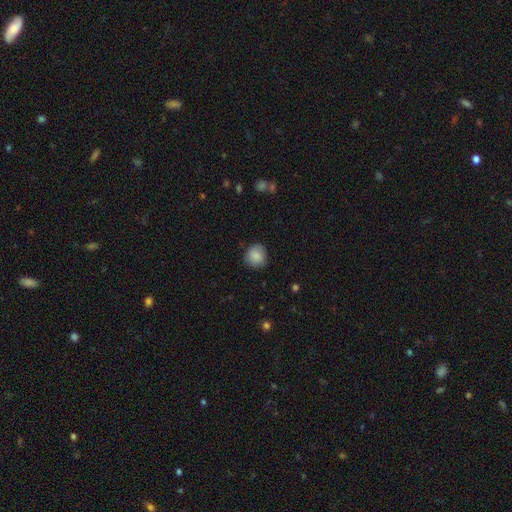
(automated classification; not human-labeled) Smooth or featured?
  - smooth: 87% *
  - star or artifact: 8%
  - featured or disk: 5%
How rounded?
  - round: 89% *
  - in between: 10%
  - cigar-shaped: 1%
Merging?
  - none: 84% *
  - minor disturbance: 12%
  - major disturbance: 3%
  - merger: 1%